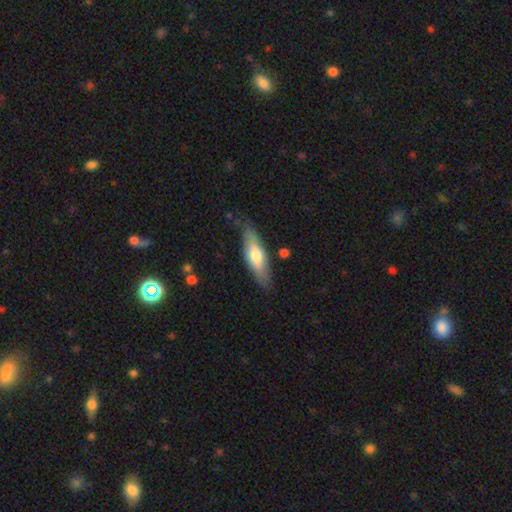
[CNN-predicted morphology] A smooth galaxy with no disk features (59%) that is in between round and cigar-shaped (50%). Merging: none (77%).